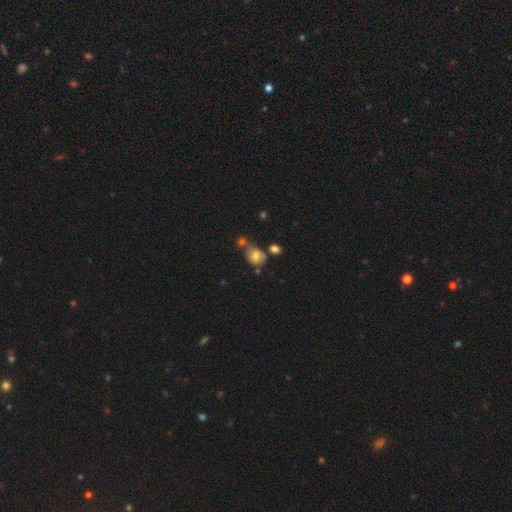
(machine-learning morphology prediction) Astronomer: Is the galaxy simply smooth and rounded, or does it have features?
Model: smooth — 66%.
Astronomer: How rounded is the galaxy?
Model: in between — 51% (runner-up: round, 48%).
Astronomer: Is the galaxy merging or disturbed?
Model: none — 43% (runner-up: merger, 29%).